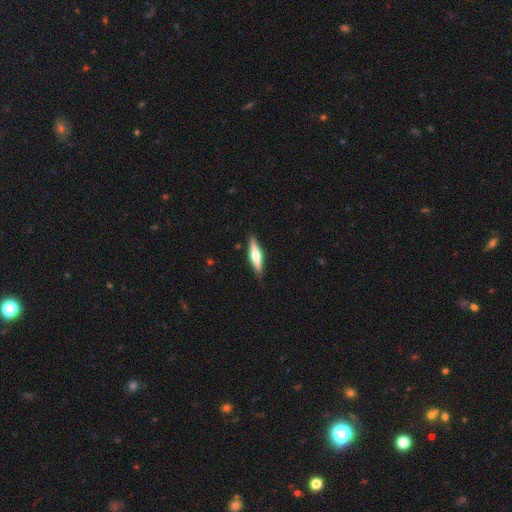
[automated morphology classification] The model was most divided on "smooth or featured": featured or disk: 56%, smooth: 39%, star or artifact: 5%. More confident: edge-on disk — yes (95%); edge-on bulge — rounded (88%); merging — none (87%).